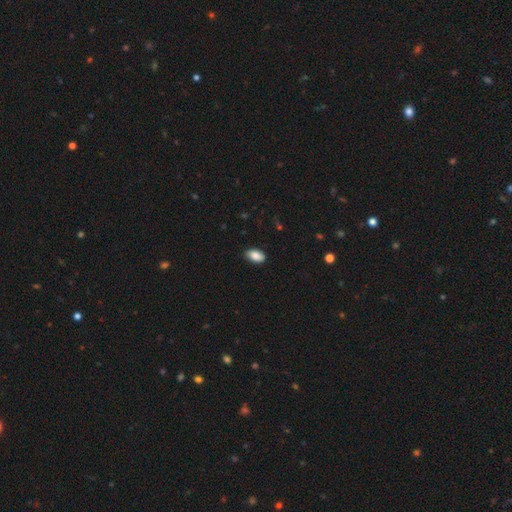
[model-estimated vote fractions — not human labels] This appears to be a smooth galaxy with no disk features (87%) that is in between round and cigar-shaped (93%). Merging: none (83%).